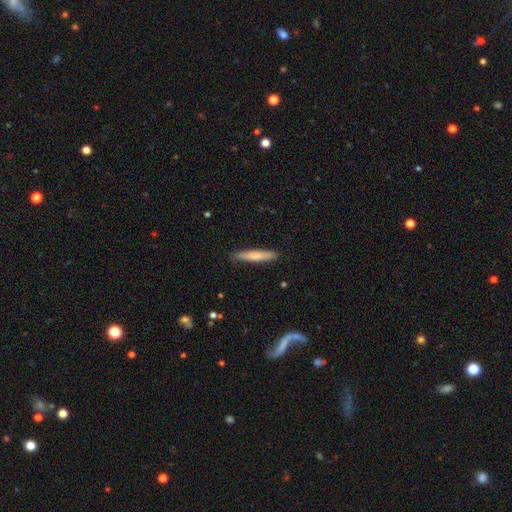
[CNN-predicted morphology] This is likely a smooth galaxy (75%). How rounded: clearly cigar-shaped (92%). Merging: clearly none (87%).